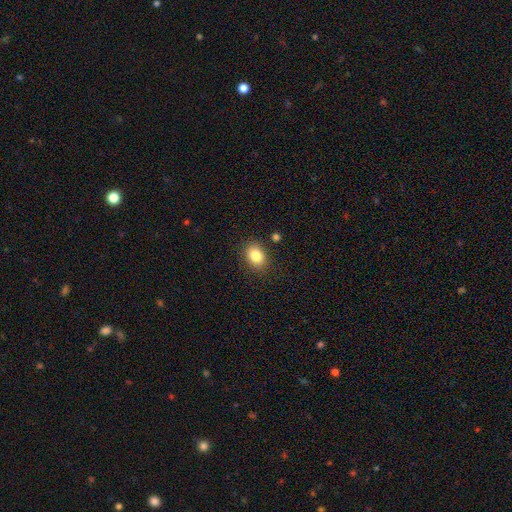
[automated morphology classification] smooth 84%, star or artifact 9%, featured or disk 7%. Down the decision tree: how rounded — in between (68%); merging — none (84%).